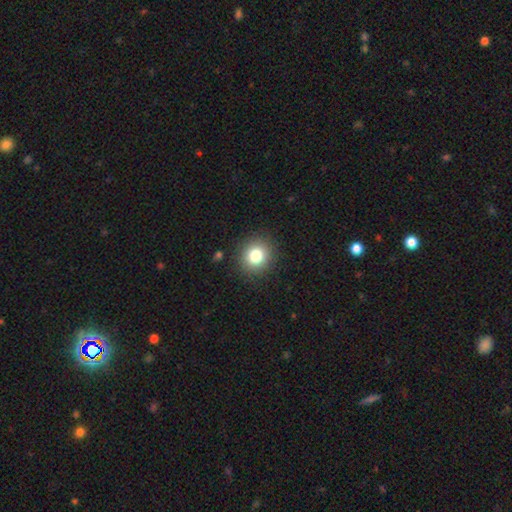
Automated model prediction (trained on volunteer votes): Overall: smooth (80%). How rounded: round (84%). Merging: none (89%).